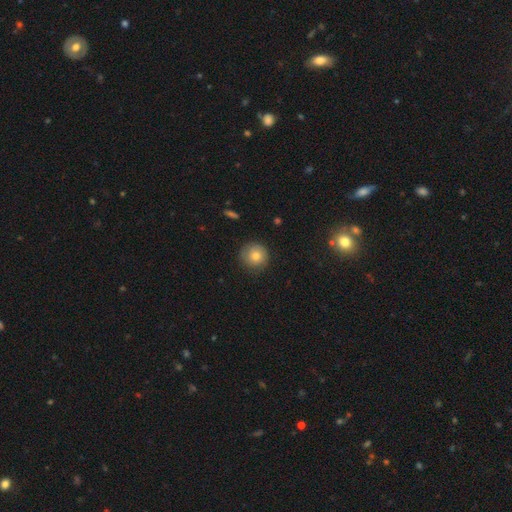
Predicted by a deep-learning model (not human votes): Overall: smooth (74%). How rounded: round (93%). Merging: none (83%).